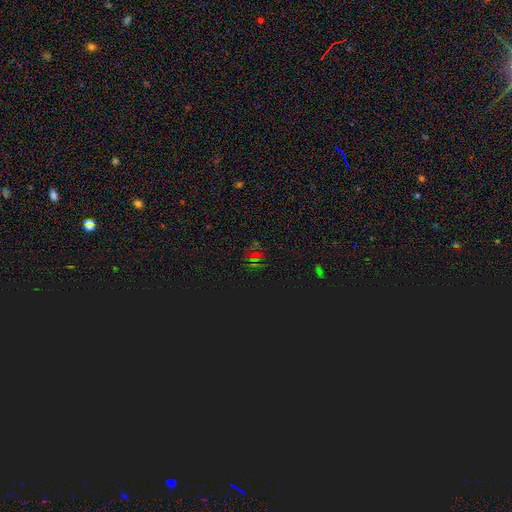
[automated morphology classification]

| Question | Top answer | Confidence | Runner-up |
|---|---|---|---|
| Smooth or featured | star or artifact | 62% | smooth (26%) |